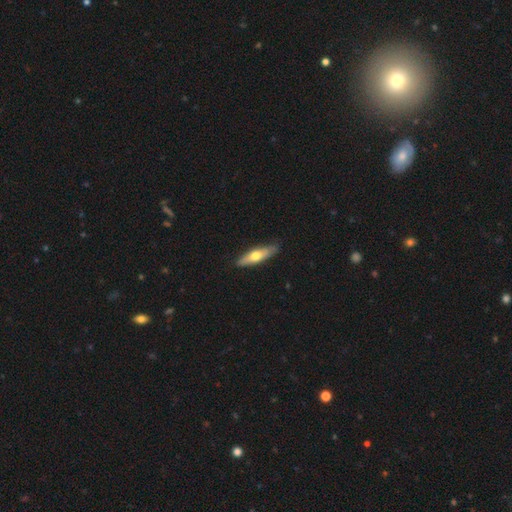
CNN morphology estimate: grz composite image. It shows a smooth galaxy with no disk features (52%) that is cigar-shaped (64%). Merging: none (85%).